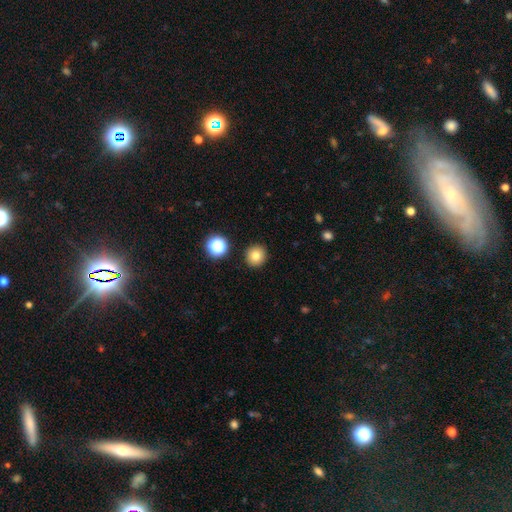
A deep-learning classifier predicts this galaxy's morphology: Smooth or featured?
  - smooth: 79% *
  - star or artifact: 12%
  - featured or disk: 8%
How rounded?
  - round: 92% *
  - in between: 7%
  - cigar-shaped: 1%
Merging?
  - none: 91% *
  - minor disturbance: 5%
  - major disturbance: 2%
  - merger: 2%